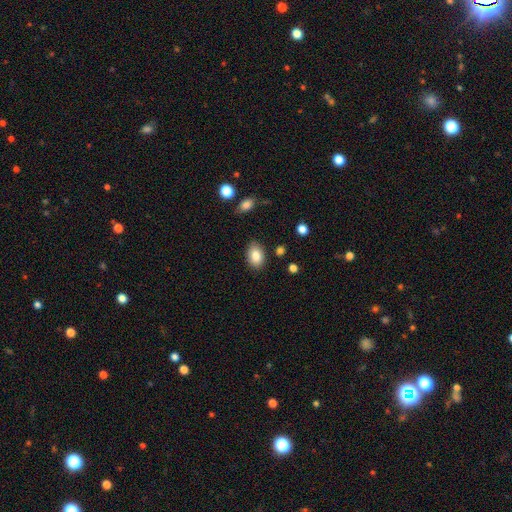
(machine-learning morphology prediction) This is clearly a smooth galaxy (83%). How rounded: clearly in between (84%). Merging: clearly none (84%).